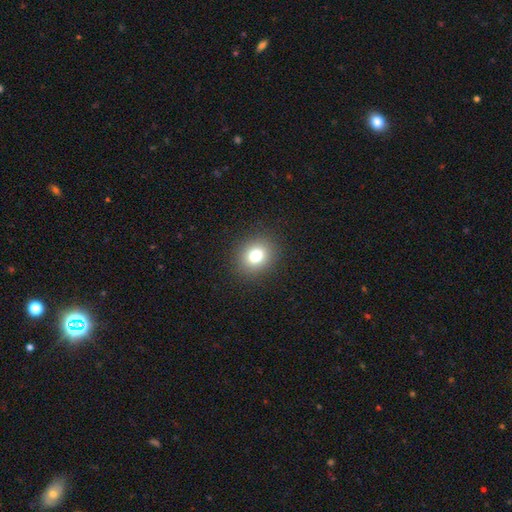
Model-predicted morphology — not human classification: A smooth galaxy with no disk features (78%) that is round (64%). Merging: none (90%).